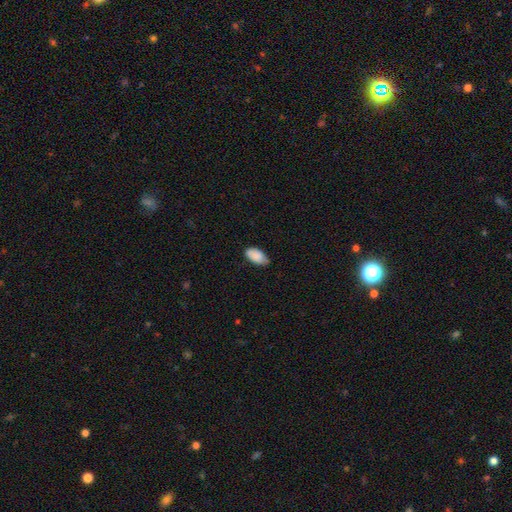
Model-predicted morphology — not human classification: smooth_or_featured: smooth (p=0.88) [alt: star or artifact p=0.07]
how_rounded: in between (p=0.95) [alt: round p=0.03]
merging: none (p=0.69) [alt: minor disturbance p=0.26]